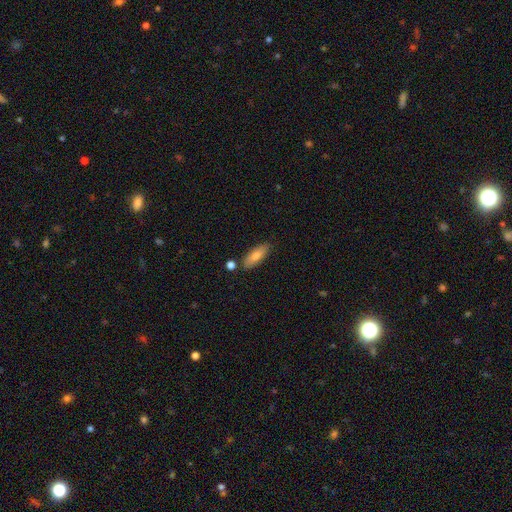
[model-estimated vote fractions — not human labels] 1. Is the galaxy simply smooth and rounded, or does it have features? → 80% smooth, 14% featured or disk, 6% star or artifact.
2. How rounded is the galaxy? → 70% in between, 28% cigar-shaped, 2% round.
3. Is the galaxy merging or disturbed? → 80% none, 13% minor disturbance, 5% merger, 3% major disturbance.